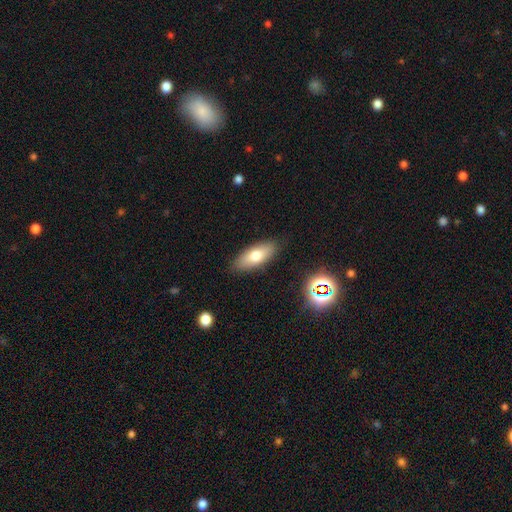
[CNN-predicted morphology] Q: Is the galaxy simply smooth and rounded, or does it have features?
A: smooth — 72%.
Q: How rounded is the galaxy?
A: in between — 77%.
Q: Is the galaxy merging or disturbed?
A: none — 87%.